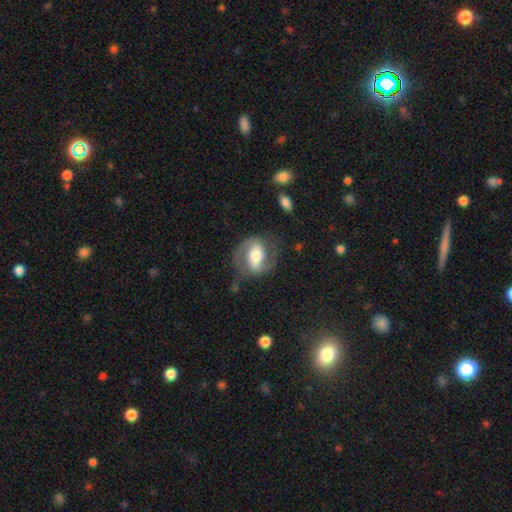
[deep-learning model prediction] Smooth or featured? featured or disk (76%)
Edge-on disk? no (97%)
Bar? strong (46%)
Spiral arms? yes (87%)
Spiral winding? medium (53%)
Spiral arm count? 2 (90%)
Bulge size? moderate (60%)
Merging? none (70%)